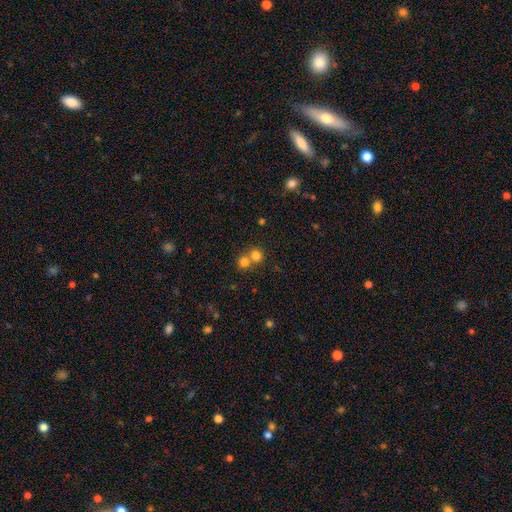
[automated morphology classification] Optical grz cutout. It shows a smooth galaxy with no disk features (78%) that is round (84%). Merging: merger (50%).